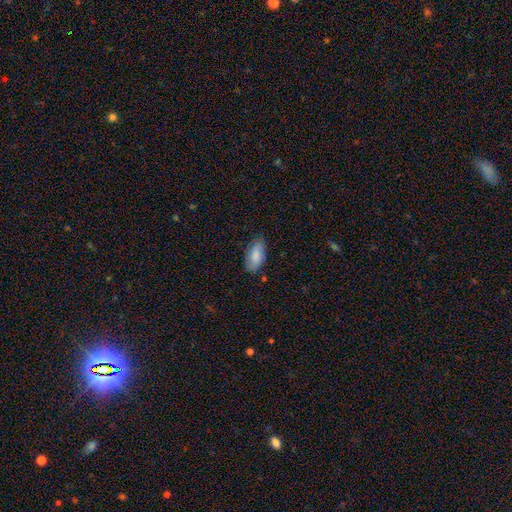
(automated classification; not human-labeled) Morphology: type=smooth (83%); roundness=in between (90%); merging=none (76%).